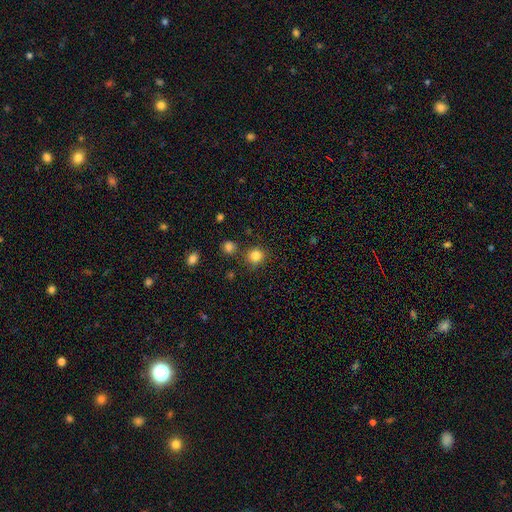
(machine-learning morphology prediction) Smooth or featured: smooth — 83% (star or artifact — 12%)
How rounded: round — 90% (in between — 9%)
Merging: none — 82% (minor disturbance — 8%)